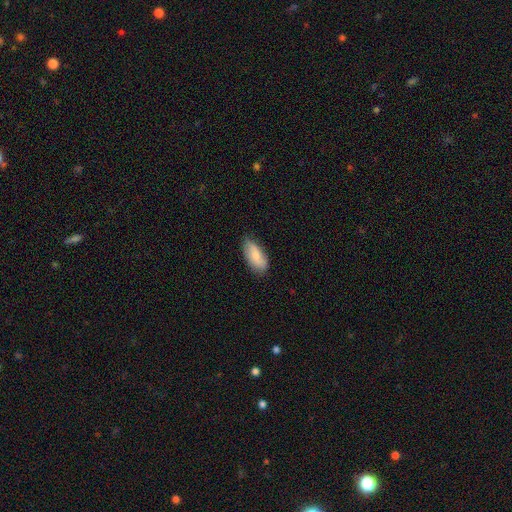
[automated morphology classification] smooth 75%, featured or disk 19%, star or artifact 6%. Down the decision tree: how rounded — in between (89%); merging — none (77%).